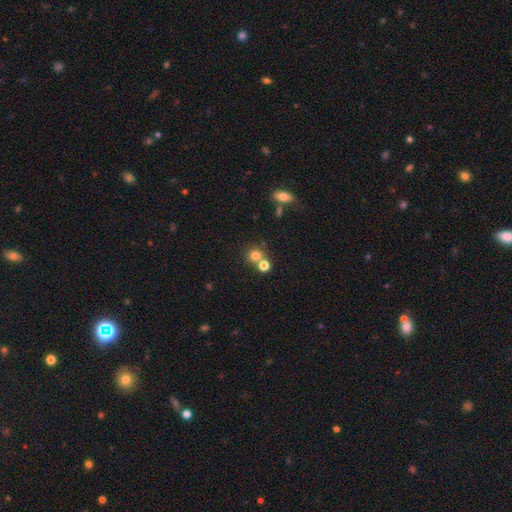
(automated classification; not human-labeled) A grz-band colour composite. It shows a smooth galaxy with no disk features (76%) that is round (87%). Merging: none (56%).